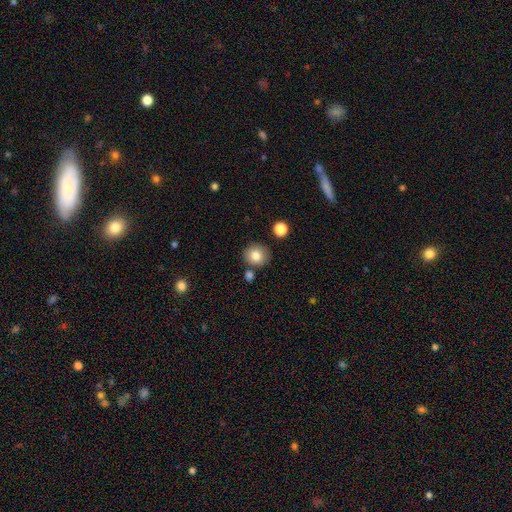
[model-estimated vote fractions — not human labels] A smooth galaxy with no disk features (82%) that is round (85%).

Vote fractions:
- Smooth or featured? smooth: 82% / star or artifact: 10% / featured or disk: 8%
- How rounded? round: 85% / in between: 14% / cigar-shaped: 1%
- Merging? none: 81% / minor disturbance: 9% / merger: 7% / major disturbance: 3%